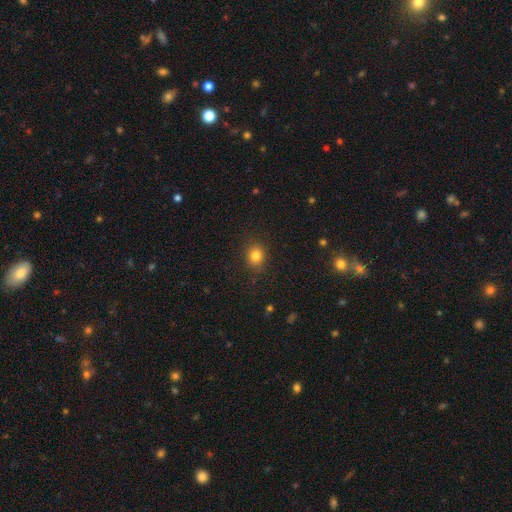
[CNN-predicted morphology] smooth-or-featured: smooth: 81% | star or artifact: 13% | featured or disk: 6%
  how-rounded: round: 69% | in between: 30% | cigar-shaped: 1%
  merging: none: 86% | minor disturbance: 10% | major disturbance: 3% | merger: 1%